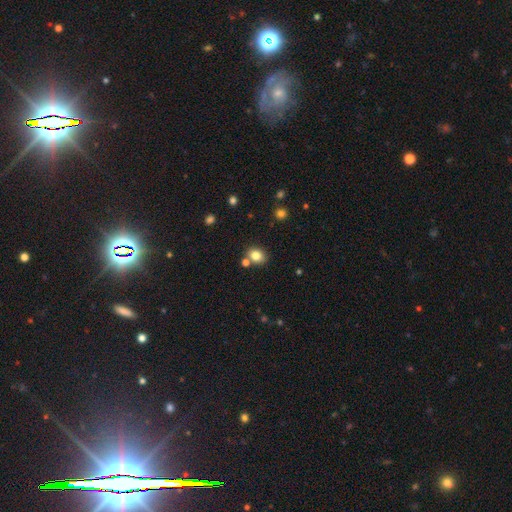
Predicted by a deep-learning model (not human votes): Smooth or featured? smooth (81%)
How rounded? round (58%)
Merging? none (73%)